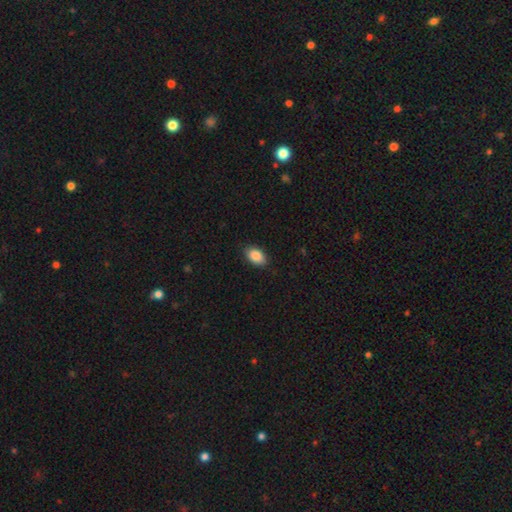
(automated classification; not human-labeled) smooth_or_featured: smooth (p=0.87) [alt: star or artifact p=0.07]
how_rounded: in between (p=0.91) [alt: round p=0.08]
merging: none (p=0.86) [alt: minor disturbance p=0.11]